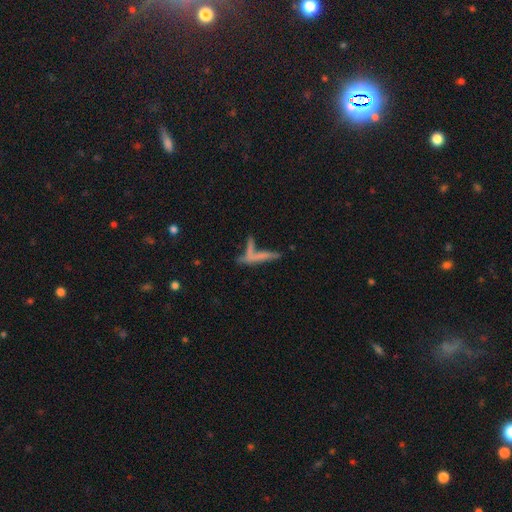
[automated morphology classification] Smooth or featured? Predicted: smooth (p=0.50). How rounded? Predicted: cigar-shaped (p=0.87). Merging? Predicted: none (p=0.39).